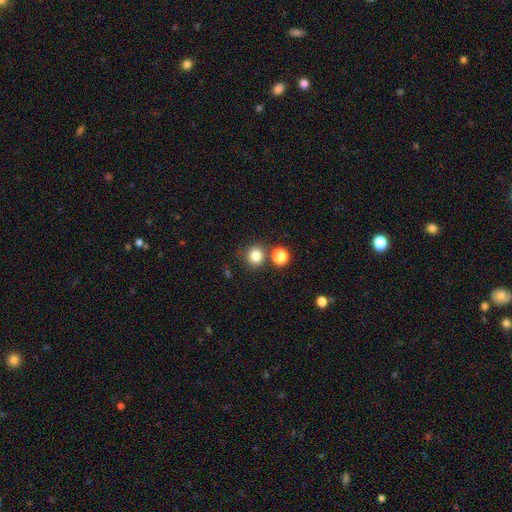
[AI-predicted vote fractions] Q: Smooth or featured?
A: smooth (82%); runner-up: star or artifact (13%)
Q: How rounded?
A: round (90%); runner-up: in between (10%)
Q: Merging?
A: none (77%); runner-up: merger (11%)